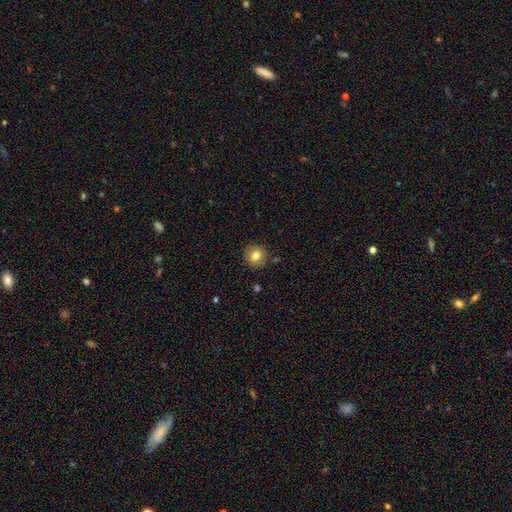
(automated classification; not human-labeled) This is likely a smooth galaxy (80%). How rounded: clearly round (87%). Merging: clearly none (88%).